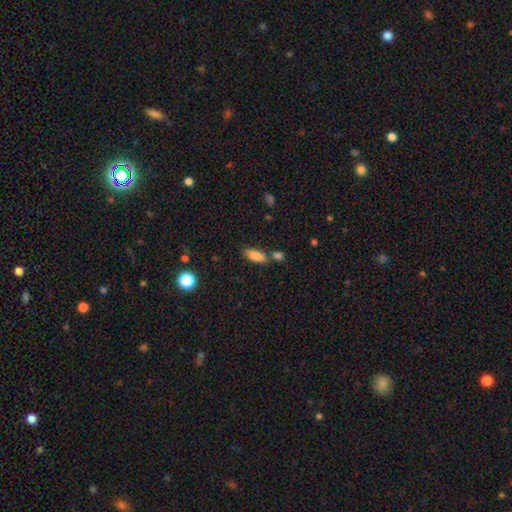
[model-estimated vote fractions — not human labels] smooth 83%, star or artifact 8%, featured or disk 8%. Down the decision tree: how rounded — in between (77%); merging — none (62%).